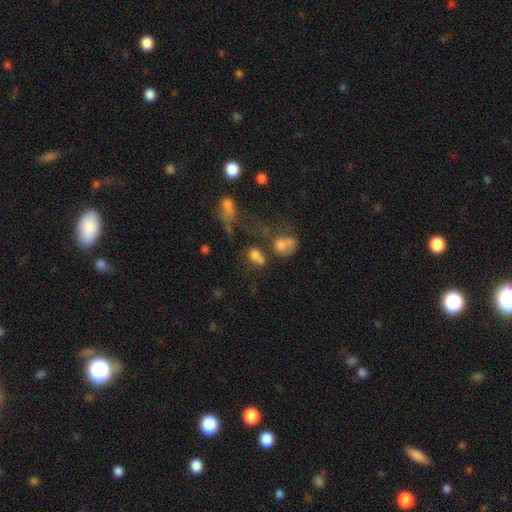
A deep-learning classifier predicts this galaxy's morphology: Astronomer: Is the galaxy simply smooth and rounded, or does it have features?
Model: smooth — 67%.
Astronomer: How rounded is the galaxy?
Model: in between — 58% (runner-up: round, 39%).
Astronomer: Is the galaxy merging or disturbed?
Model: merger — 37% (runner-up: none, 33%).